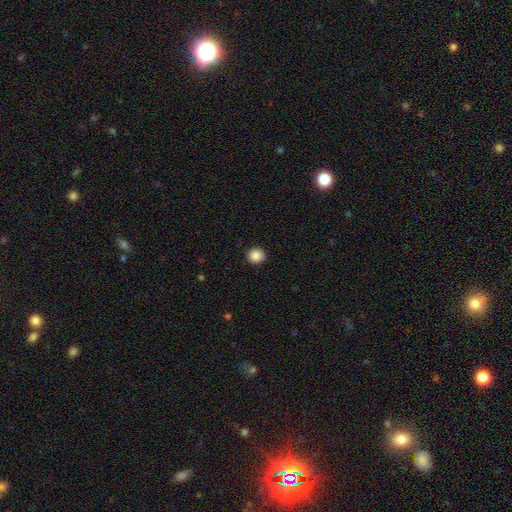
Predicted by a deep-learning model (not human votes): This appears to be a smooth galaxy with no disk features (87%) that is round (87%). Merging: none (91%).